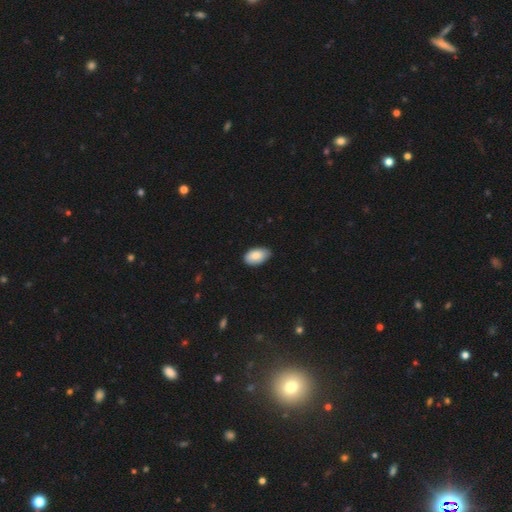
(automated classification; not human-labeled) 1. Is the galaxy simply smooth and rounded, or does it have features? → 84% smooth, 10% featured or disk, 6% star or artifact.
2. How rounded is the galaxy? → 94% in between, 4% round, 1% cigar-shaped.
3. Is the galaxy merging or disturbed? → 78% none, 19% minor disturbance, 2% major disturbance, 1% merger.